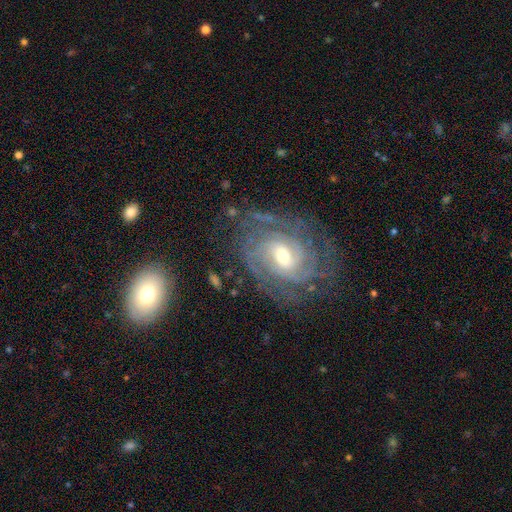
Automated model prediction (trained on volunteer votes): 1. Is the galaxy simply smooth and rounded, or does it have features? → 88% featured or disk, 6% star or artifact, 6% smooth.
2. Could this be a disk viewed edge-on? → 97% no, 3% yes.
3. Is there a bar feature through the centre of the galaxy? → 47% weak, 37% no, 16% strong.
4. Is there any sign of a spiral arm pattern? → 97% yes, 3% no.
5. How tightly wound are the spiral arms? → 73% tight, 23% medium, 4% loose.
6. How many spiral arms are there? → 26% can't tell, 25% 3, 20% 2, 16% 4, 6% more than 4, 6% 1.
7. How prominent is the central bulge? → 61% moderate, 33% small, 4% large, 1% none, 1% dominant.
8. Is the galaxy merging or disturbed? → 73% none, 16% minor disturbance, 9% major disturbance, 2% merger.